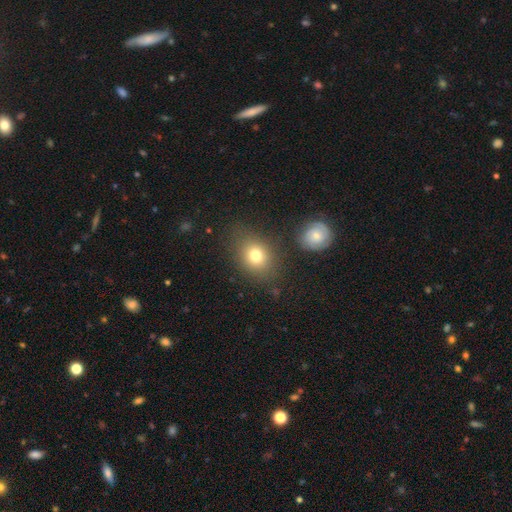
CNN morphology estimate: A smooth galaxy with no disk features (77%) that is in between round and cigar-shaped (50%).

Vote fractions:
- Smooth or featured? smooth: 77% / featured or disk: 12% / star or artifact: 11%
- How rounded? in between: 50% / round: 49% / cigar-shaped: 1%
- Merging? none: 76% / minor disturbance: 13% / merger: 6% / major disturbance: 5%